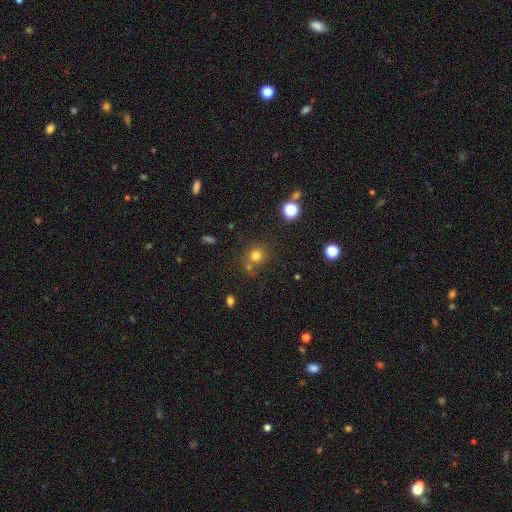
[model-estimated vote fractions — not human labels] Overall: smooth (74%). How rounded: round (88%). Merging: none (71%).